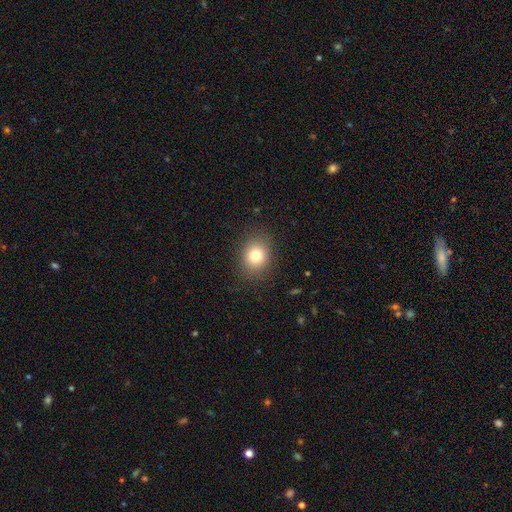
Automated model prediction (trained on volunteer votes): A smooth galaxy with no disk features (79%) that is round (61%).

Vote fractions:
- Smooth or featured? smooth: 79% / star or artifact: 12% / featured or disk: 9%
- How rounded? round: 61% / in between: 38% / cigar-shaped: 1%
- Merging? none: 87% / minor disturbance: 9% / major disturbance: 3% / merger: 1%